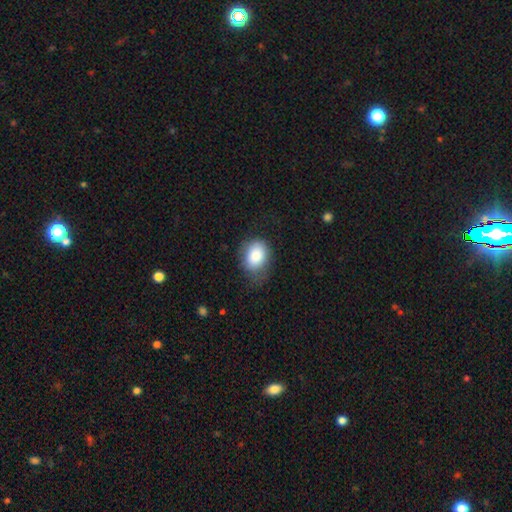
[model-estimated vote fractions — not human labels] Smooth or featured? Predicted: smooth (p=0.85). How rounded? Predicted: in between (p=0.62). Merging? Predicted: none (p=0.58).